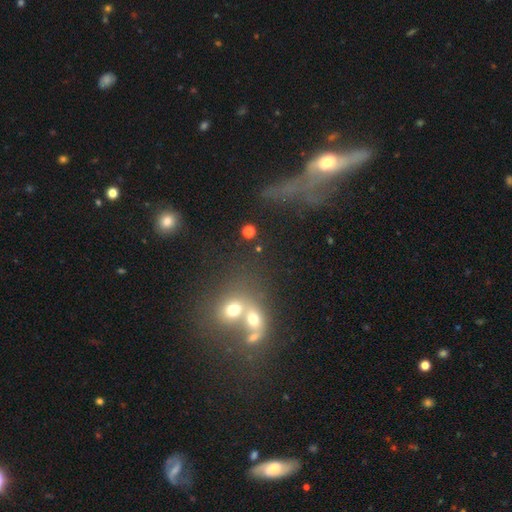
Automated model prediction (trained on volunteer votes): This is marginally a smooth galaxy (37%). Merging: marginally merger (44%).